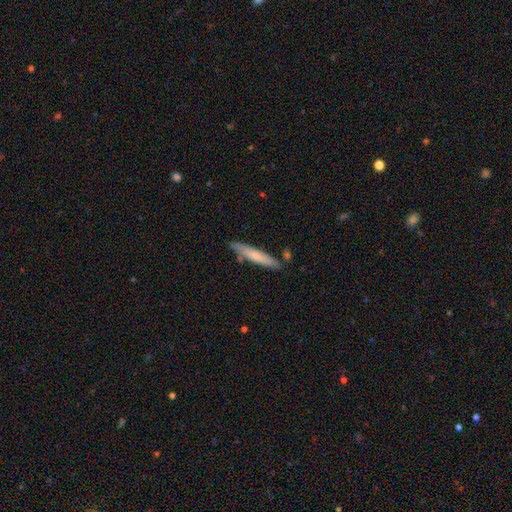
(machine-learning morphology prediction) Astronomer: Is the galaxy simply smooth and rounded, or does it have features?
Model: smooth — 64%.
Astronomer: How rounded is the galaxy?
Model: cigar-shaped — 93%.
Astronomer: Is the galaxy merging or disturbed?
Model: none — 80%.